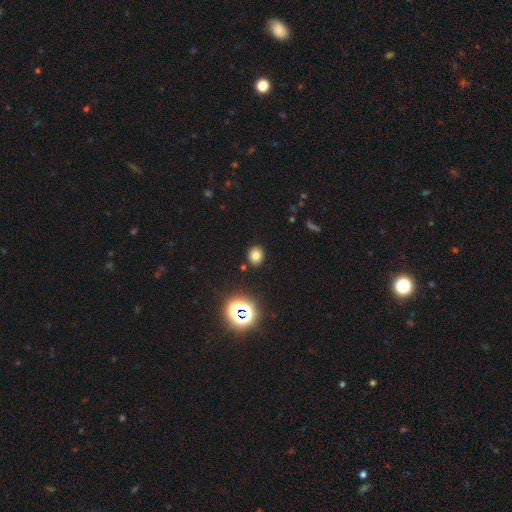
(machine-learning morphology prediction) A smooth galaxy with no disk features (75%) that is round (70%).

Vote fractions:
- Smooth or featured? smooth: 75% / star or artifact: 17% / featured or disk: 7%
- How rounded? round: 70% / in between: 29% / cigar-shaped: 1%
- Merging? none: 89% / minor disturbance: 7% / major disturbance: 2% / merger: 2%